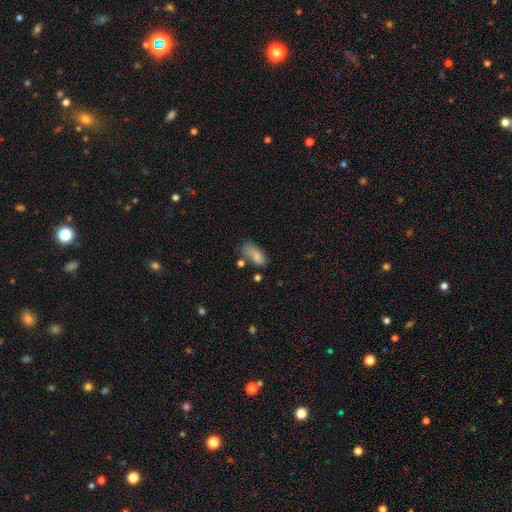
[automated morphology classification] This appears to be a smooth galaxy with no disk features (81%) that is in between round and cigar-shaped (87%). Merging: none (46%).